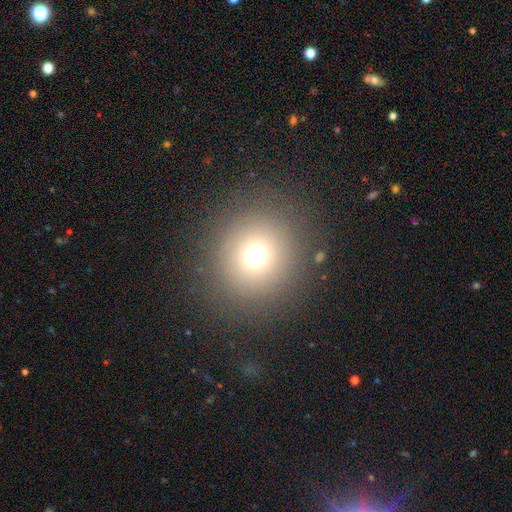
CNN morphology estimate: A smooth galaxy with no disk features (69%) that is round (93%). Merging: none (87%).